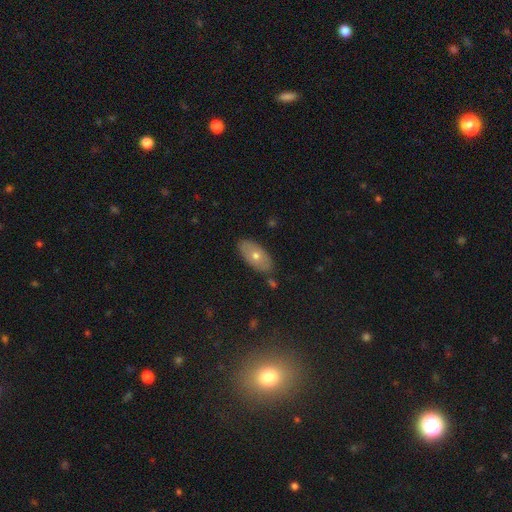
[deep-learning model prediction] smooth 57%, featured or disk 33%, star or artifact 10%. Down the decision tree: how rounded — in between (91%); merging — none (84%).